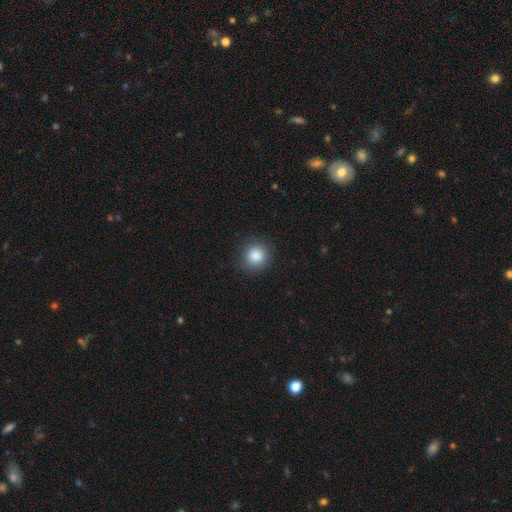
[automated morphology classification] smooth-or-featured: smooth: 86% | star or artifact: 9% | featured or disk: 4%
  how-rounded: round: 90% | in between: 9% | cigar-shaped: 1%
  merging: none: 88% | minor disturbance: 9% | major disturbance: 3% | merger: 1%